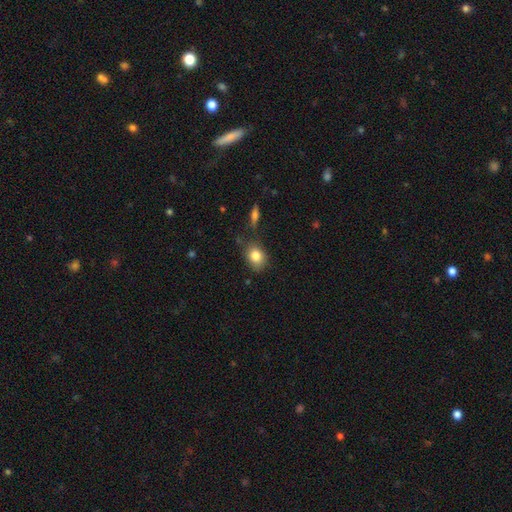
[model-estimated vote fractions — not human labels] Q: Smooth or featured?
A: smooth (83%); runner-up: featured or disk (9%)
Q: How rounded?
A: in between (61%); runner-up: round (37%)
Q: Merging?
A: none (74%); runner-up: minor disturbance (17%)